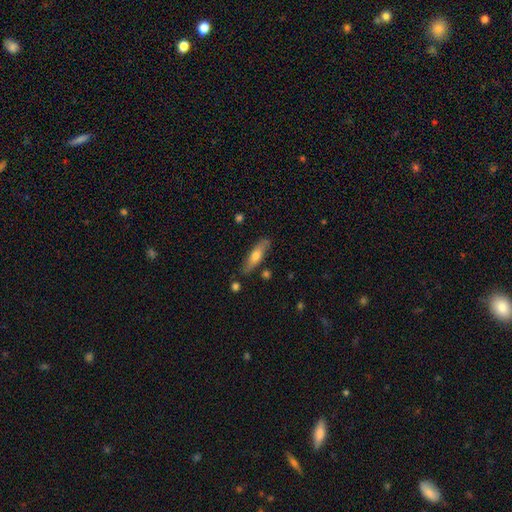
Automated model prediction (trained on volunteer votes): smooth_or_featured: smooth (p=0.55) [alt: featured or disk p=0.39]
how_rounded: cigar-shaped (p=0.62) [alt: in between p=0.35]
merging: none (p=0.79) [alt: minor disturbance p=0.14]